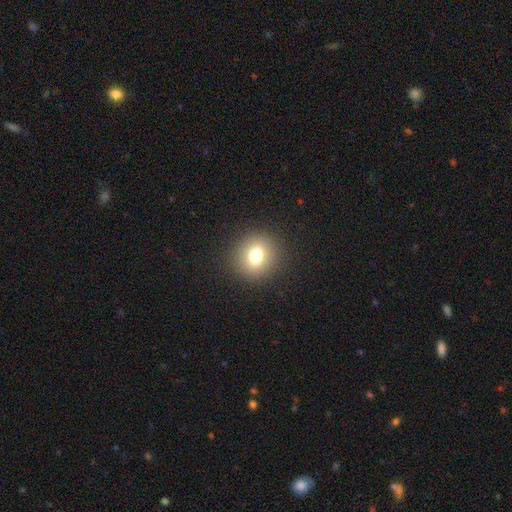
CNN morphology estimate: smooth-or-featured: smooth: 76% | star or artifact: 14% | featured or disk: 11%
  how-rounded: round: 82% | in between: 17% | cigar-shaped: 1%
  merging: none: 90% | minor disturbance: 6% | major disturbance: 3% | merger: 1%